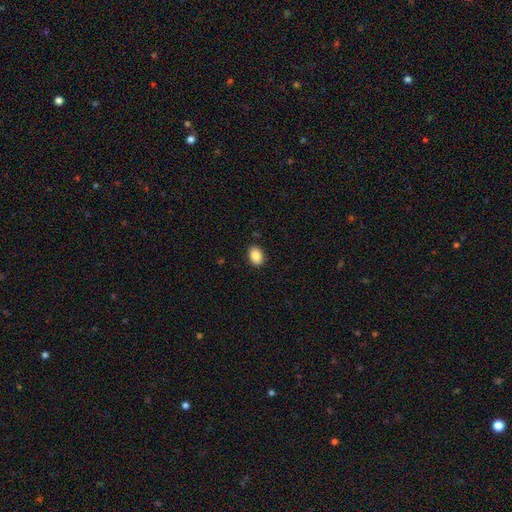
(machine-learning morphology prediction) A smooth galaxy with no disk features (87%) that is in between round and cigar-shaped (78%). Merging: none (89%).